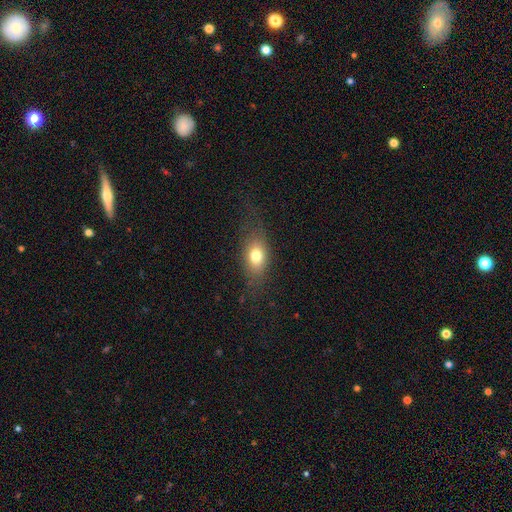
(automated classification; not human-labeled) smooth-or-featured: smooth: 74% | featured or disk: 16% | star or artifact: 10%
  how-rounded: in between: 75% | round: 19% | cigar-shaped: 6%
  merging: none: 70% | minor disturbance: 18% | major disturbance: 11% | merger: 1%